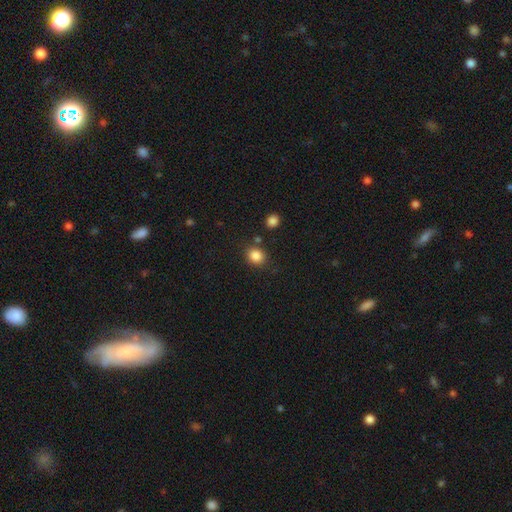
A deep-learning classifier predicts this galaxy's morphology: Smooth or featured? smooth (85%)
How rounded? round (73%)
Merging? none (80%)